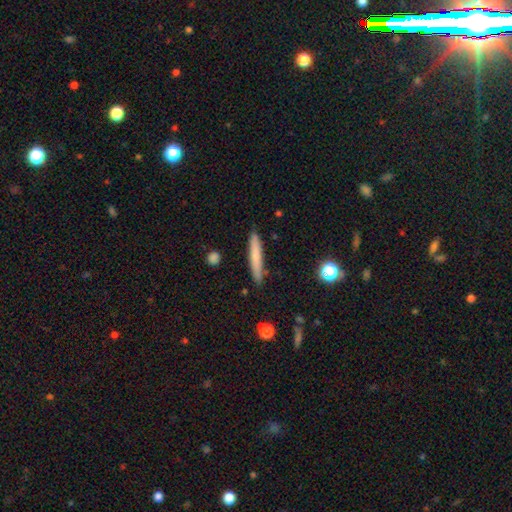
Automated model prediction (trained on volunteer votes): This appears to be a smooth galaxy with no disk features (72%) that is cigar-shaped (94%). Merging: none (88%).